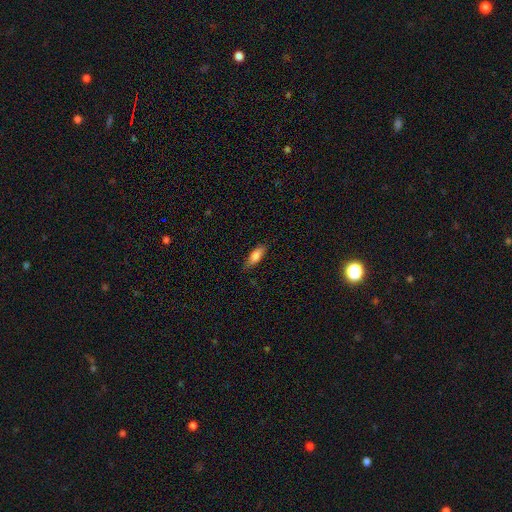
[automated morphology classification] This is clearly a smooth galaxy (81%). How rounded: likely in between (67%). Merging: likely none (80%).